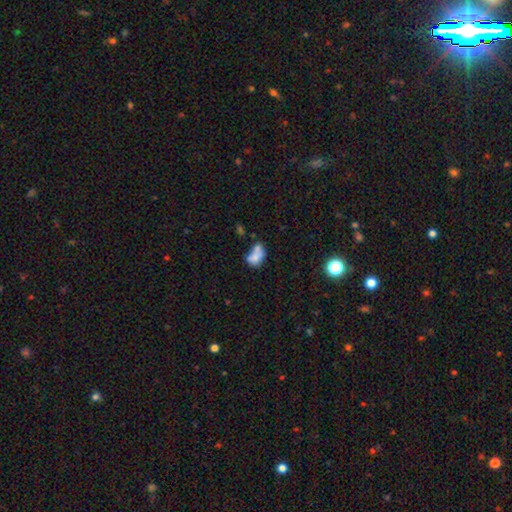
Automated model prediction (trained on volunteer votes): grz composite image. It shows a smooth galaxy with no disk features (66%) that is in between round and cigar-shaped (76%). Merging: merger (47%).